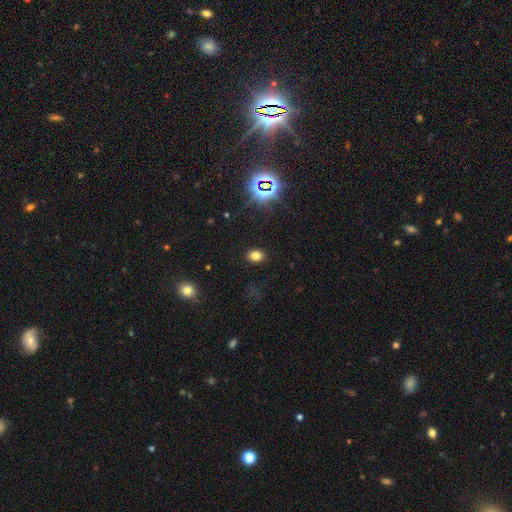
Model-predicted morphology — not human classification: Overall: smooth (74%). How rounded: in between (79%). Merging: none (88%).